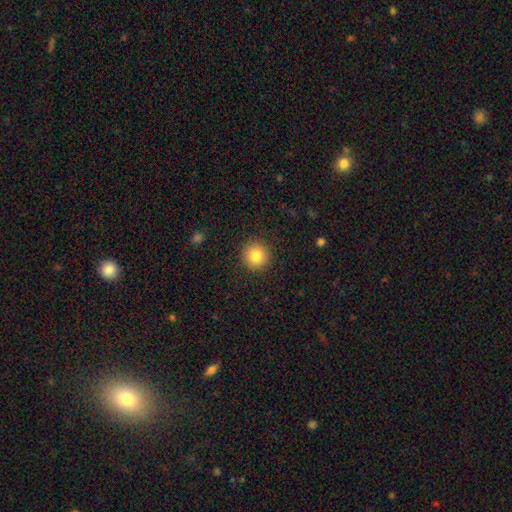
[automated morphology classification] smooth-or-featured: smooth: 83% | star or artifact: 10% | featured or disk: 7%
  how-rounded: round: 94% | in between: 5% | cigar-shaped: 1%
  merging: none: 91% | minor disturbance: 6% | major disturbance: 2% | merger: 1%